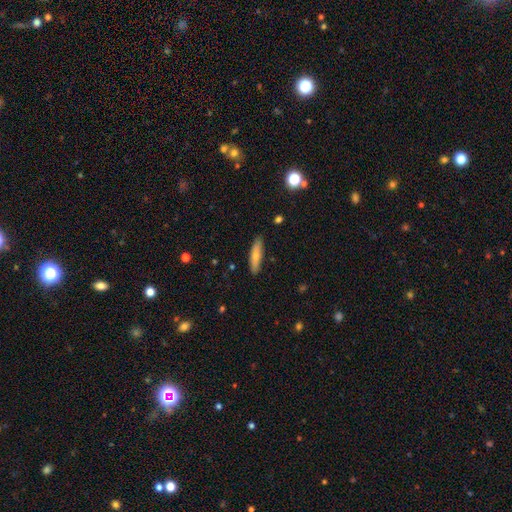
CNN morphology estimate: Smooth or featured: smooth — 70% (featured or disk — 23%)
How rounded: cigar-shaped — 76% (in between — 22%)
Merging: none — 87% (minor disturbance — 10%)